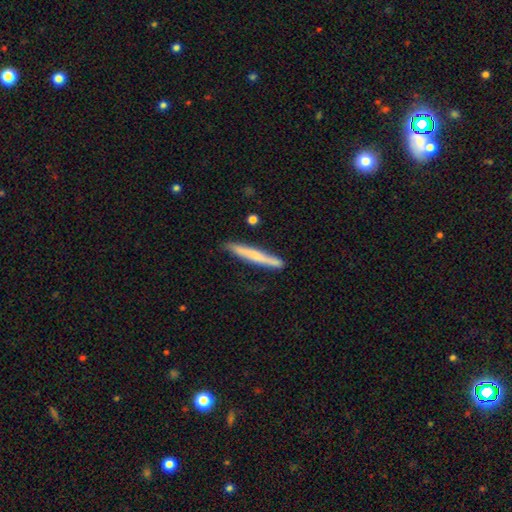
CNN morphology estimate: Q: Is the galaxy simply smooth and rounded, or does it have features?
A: smooth — 58%.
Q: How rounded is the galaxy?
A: cigar-shaped — 96%.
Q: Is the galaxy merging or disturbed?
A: none — 85%.